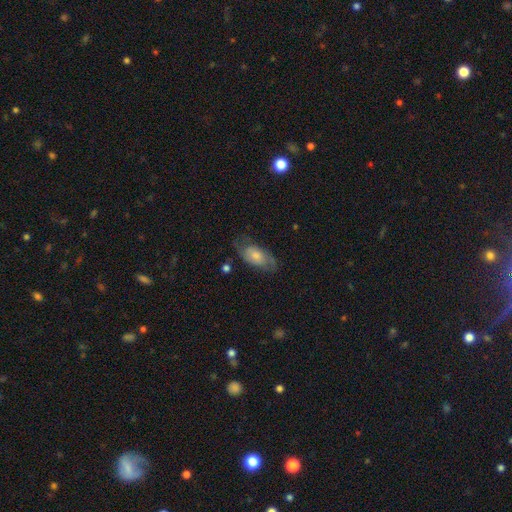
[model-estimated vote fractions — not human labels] Q: Smooth or featured?
A: smooth (49%); runner-up: featured or disk (44%)
Q: Merging?
A: none (59%); runner-up: minor disturbance (25%)